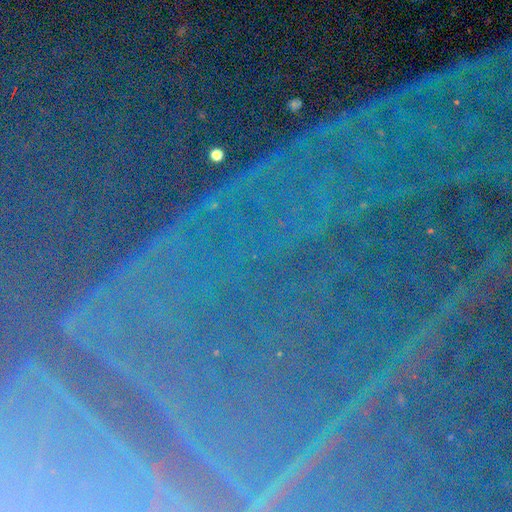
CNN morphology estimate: Smooth or featured? Predicted: star or artifact (p=0.87).